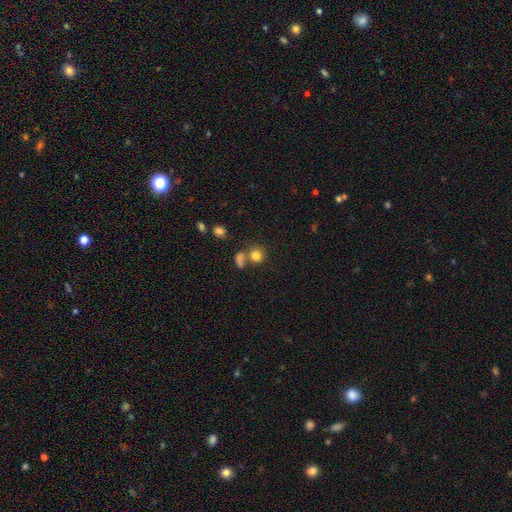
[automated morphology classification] smooth-or-featured: smooth: 80% | star or artifact: 12% | featured or disk: 8%
  how-rounded: round: 83% | in between: 16% | cigar-shaped: 1%
  merging: none: 56% | merger: 28% | minor disturbance: 10% | major disturbance: 5%